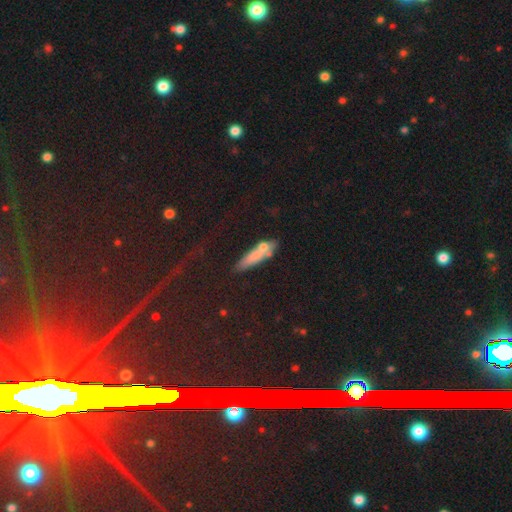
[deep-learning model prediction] Overall: smooth (66%). How rounded: cigar-shaped (67%; in between 29%). Merging: none (55%; merger 19%).